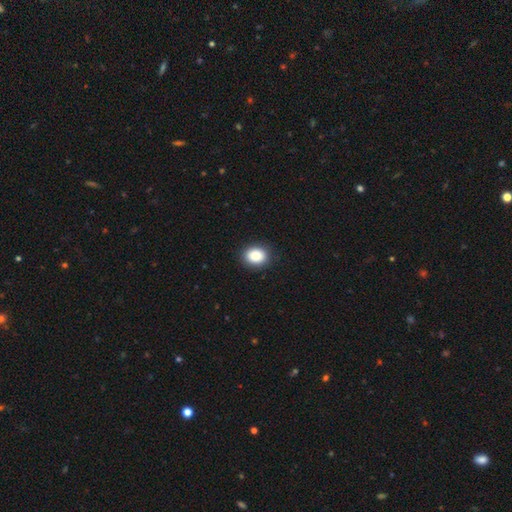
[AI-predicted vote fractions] This is clearly a smooth galaxy (88%). How rounded: possibly in between (55%). Merging: clearly none (89%).